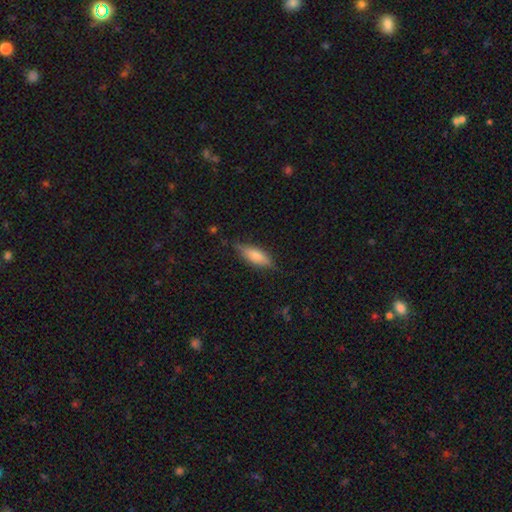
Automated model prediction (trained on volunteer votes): smooth 58%, featured or disk 34%, star or artifact 8%. Down the decision tree: how rounded — in between (54%); merging — none (77%).